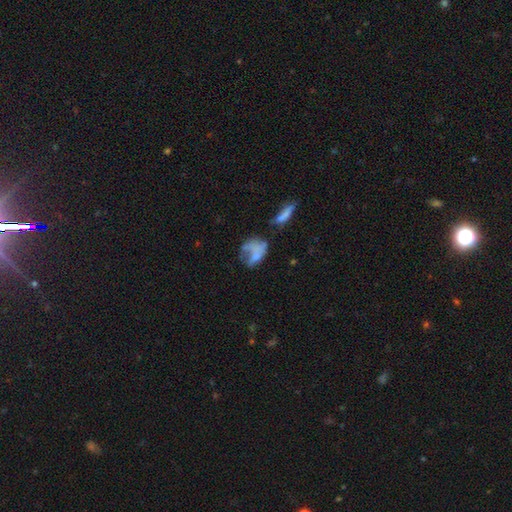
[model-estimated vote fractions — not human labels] Overall: smooth (45%; featured or disk 42%). Merging: major disturbance (37%; none 27%).